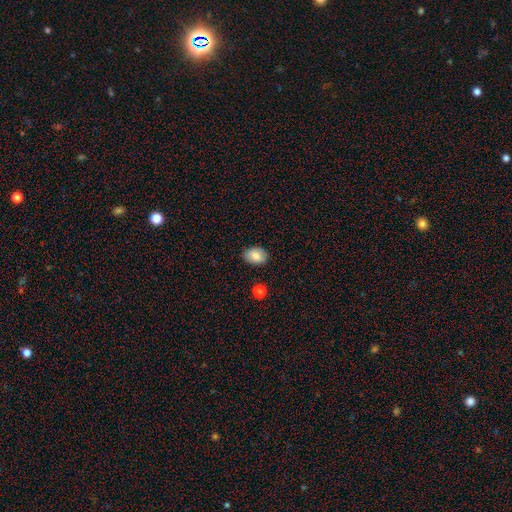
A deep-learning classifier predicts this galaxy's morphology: The model was most divided on "how rounded": in between: 76%, round: 23%, cigar-shaped: 1%. More confident: smooth or featured — smooth (85%); merging — none (83%).